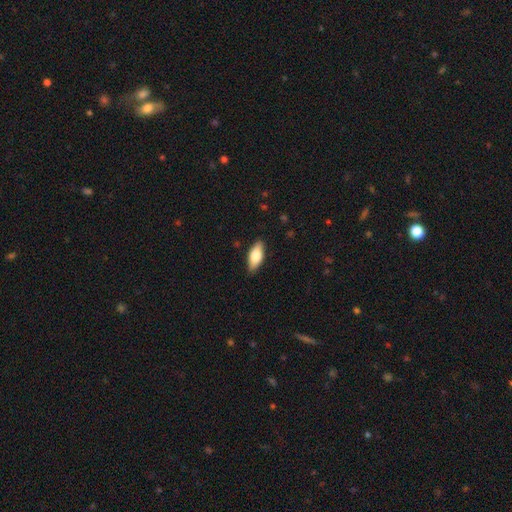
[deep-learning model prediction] Morphology: type=smooth (74%); roundness=in between (83%); merging=none (87%).